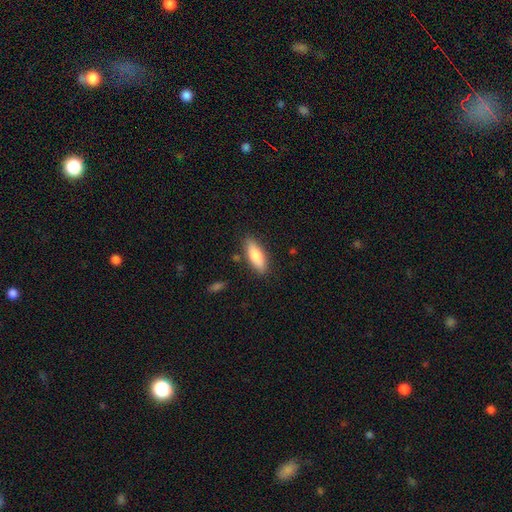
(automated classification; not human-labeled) A smooth galaxy with no disk features (79%) that is in between round and cigar-shaped (65%).

Vote fractions:
- Smooth or featured? smooth: 79% / featured or disk: 15% / star or artifact: 6%
- How rounded? in between: 65% / cigar-shaped: 33% / round: 2%
- Merging? none: 84% / minor disturbance: 11% / merger: 3% / major disturbance: 2%